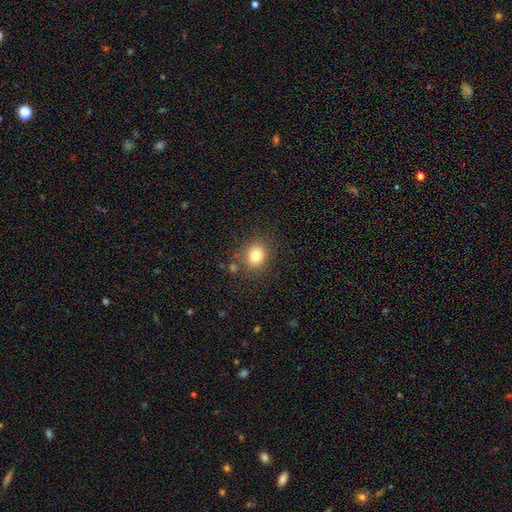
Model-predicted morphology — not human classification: Overall: smooth (80%). How rounded: round (72%). Merging: none (82%).